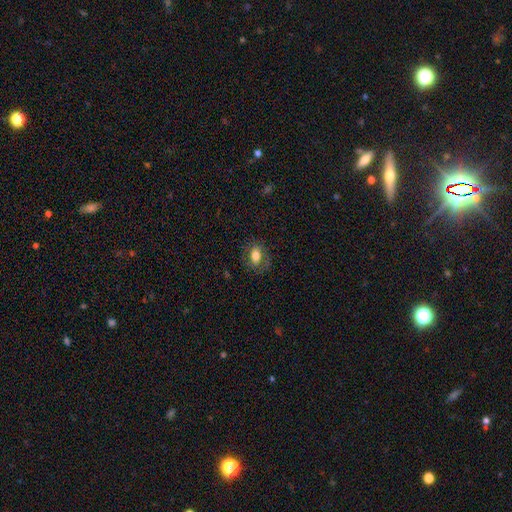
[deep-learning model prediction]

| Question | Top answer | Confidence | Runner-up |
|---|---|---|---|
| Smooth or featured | smooth | 71% | featured or disk (20%) |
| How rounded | in between | 81% | round (17%) |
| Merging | none | 75% | minor disturbance (16%) |